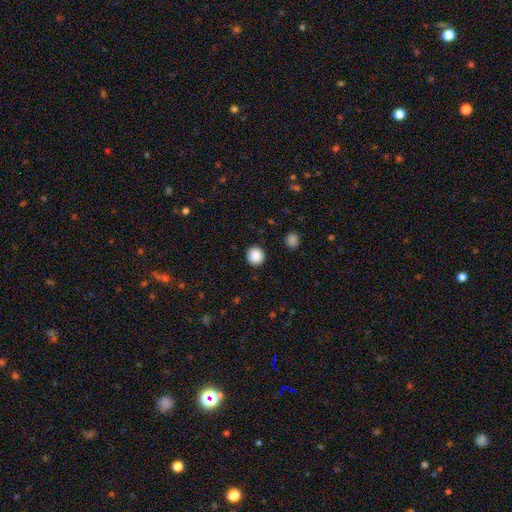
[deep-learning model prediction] smooth-or-featured: smooth: 88% | star or artifact: 9% | featured or disk: 3%
  how-rounded: round: 94% | in between: 5% | cigar-shaped: 1%
  merging: none: 92% | minor disturbance: 5% | major disturbance: 2% | merger: 1%